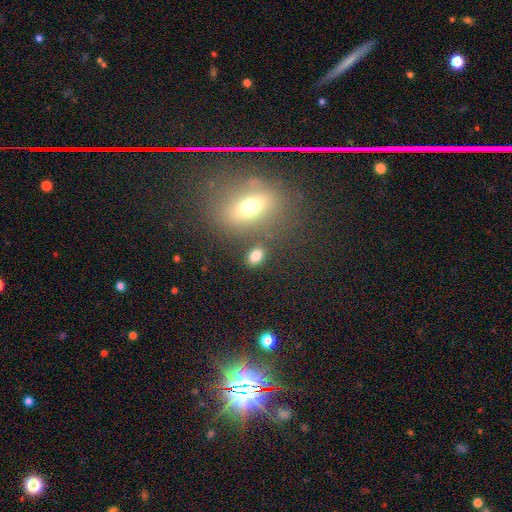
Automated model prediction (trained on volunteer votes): Smooth or featured? Predicted: smooth (p=0.80). How rounded? Predicted: in between (p=0.80). Merging? Predicted: none (p=0.75).